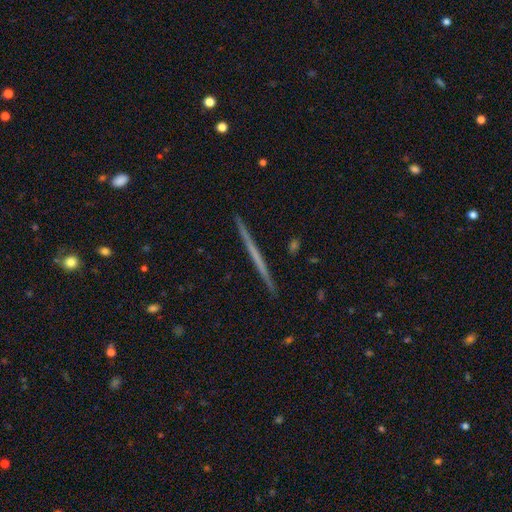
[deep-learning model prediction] featured or disk 64%, smooth 31%, star or artifact 6%. Down the decision tree: edge-on disk — yes (98%); edge-on bulge — none (90%); merging — none (93%).